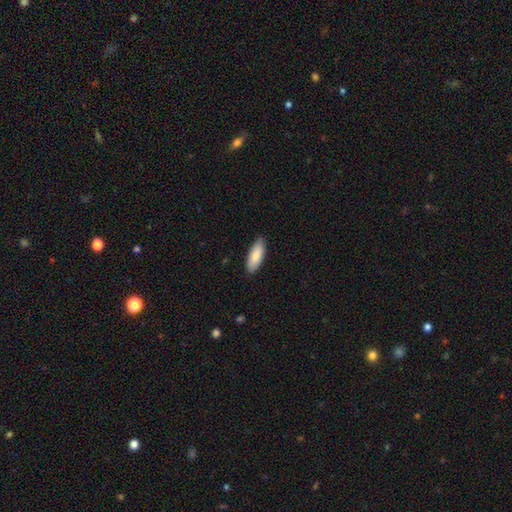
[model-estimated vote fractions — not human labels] This is clearly a smooth galaxy (86%). How rounded: likely in between (70%). Merging: clearly none (87%).